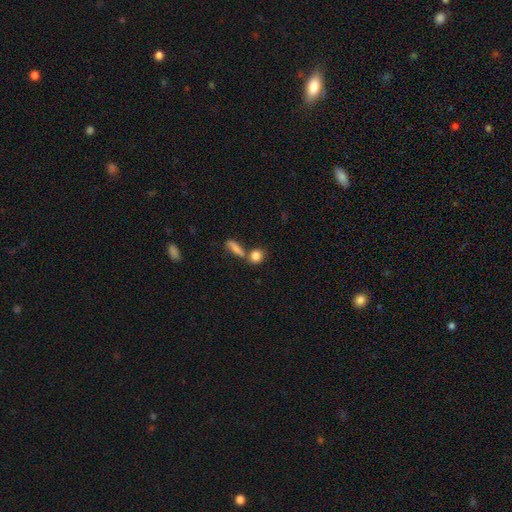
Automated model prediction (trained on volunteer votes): Smooth or featured? smooth (84%)
How rounded? round (63%)
Merging? none (56%)